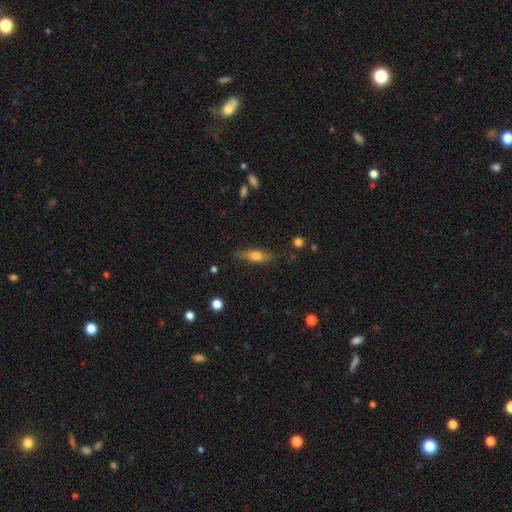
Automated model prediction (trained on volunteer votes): Overall: smooth (61%; featured or disk 31%). How rounded: in between (50%; cigar-shaped 47%). Merging: none (79%).